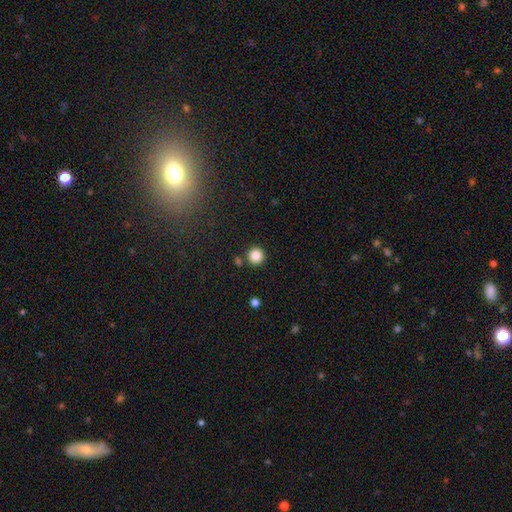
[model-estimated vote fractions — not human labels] smooth 86%, star or artifact 11%, featured or disk 4%. Down the decision tree: how rounded — round (95%); merging — none (87%).